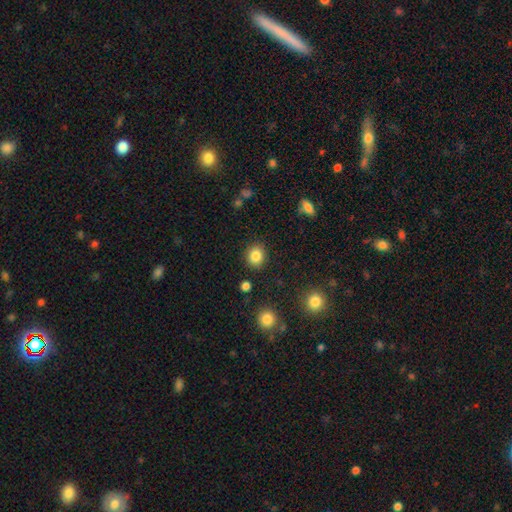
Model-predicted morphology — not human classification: Q: Smooth or featured?
A: smooth (84%); runner-up: star or artifact (10%)
Q: How rounded?
A: round (73%); runner-up: in between (26%)
Q: Merging?
A: none (88%); runner-up: minor disturbance (7%)